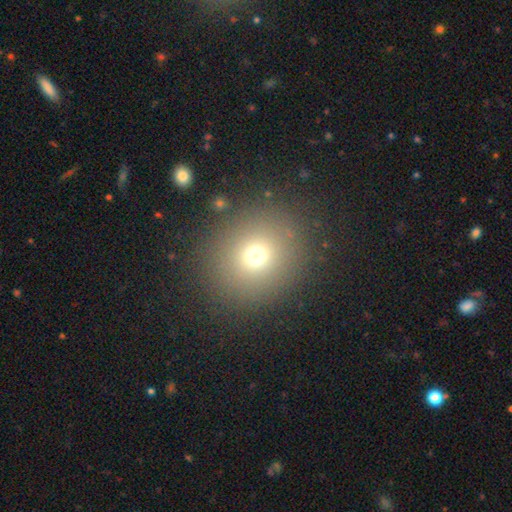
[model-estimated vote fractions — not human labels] Smooth or featured? smooth (71%)
How rounded? round (87%)
Merging? none (87%)